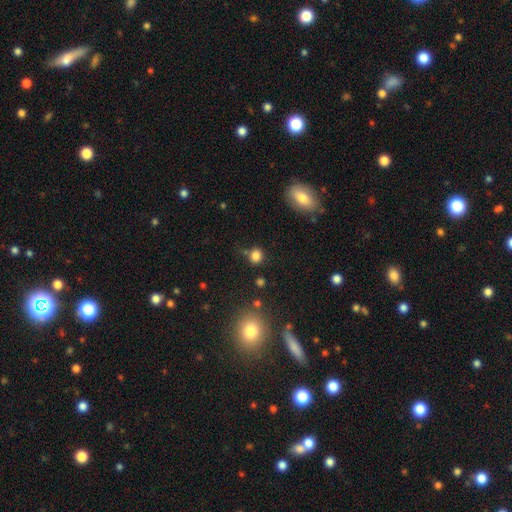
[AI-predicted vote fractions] Q: Smooth or featured?
A: smooth (80%); runner-up: star or artifact (15%)
Q: How rounded?
A: round (79%); runner-up: in between (20%)
Q: Merging?
A: none (72%); runner-up: minor disturbance (15%)